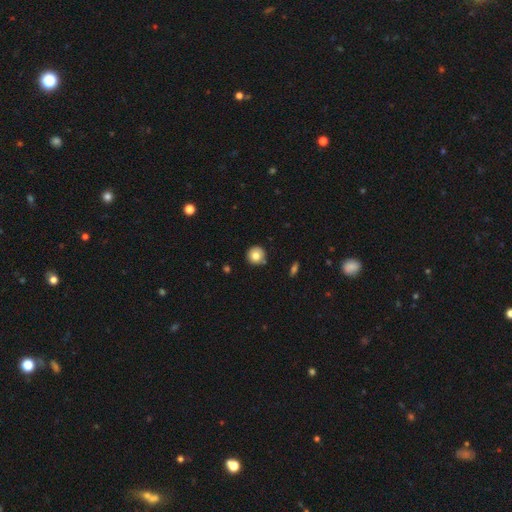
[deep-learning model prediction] This appears to be a smooth galaxy with no disk features (79%) that is round (94%). Merging: none (85%).